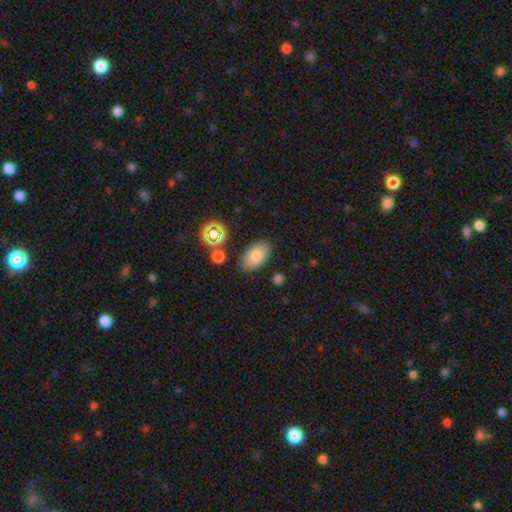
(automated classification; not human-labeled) smooth-or-featured: smooth: 79% | featured or disk: 12% | star or artifact: 9%
  how-rounded: in between: 92% | round: 6% | cigar-shaped: 2%
  merging: none: 82% | minor disturbance: 11% | merger: 4% | major disturbance: 3%